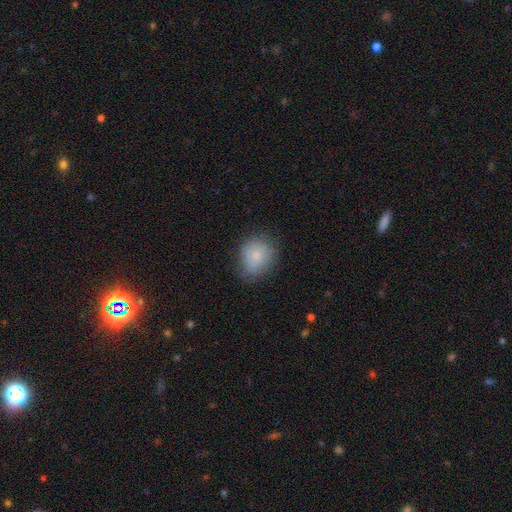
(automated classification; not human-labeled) The model was most divided on "merging": none: 67%, minor disturbance: 25%, major disturbance: 7%, merger: 1%. More confident: smooth or featured — smooth (81%); how rounded — round (71%).